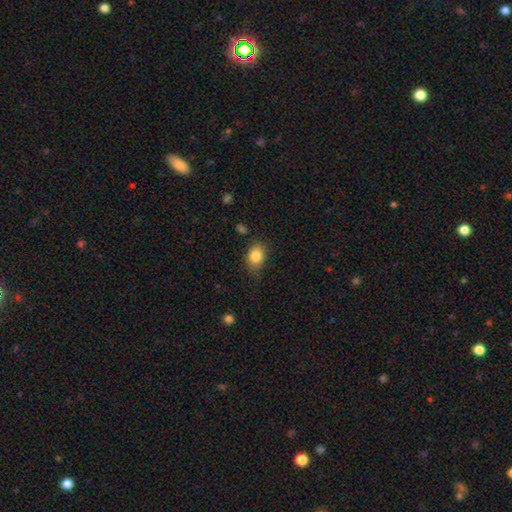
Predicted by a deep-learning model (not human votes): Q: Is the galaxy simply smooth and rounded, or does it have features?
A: smooth — 83%.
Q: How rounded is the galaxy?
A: in between — 66%.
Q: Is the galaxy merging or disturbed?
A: none — 71%.